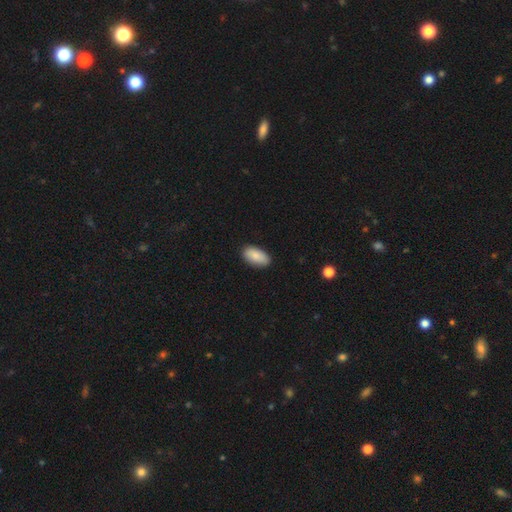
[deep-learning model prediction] A smooth galaxy with no disk features (86%) that is in between round and cigar-shaped (93%). Merging: none (88%).